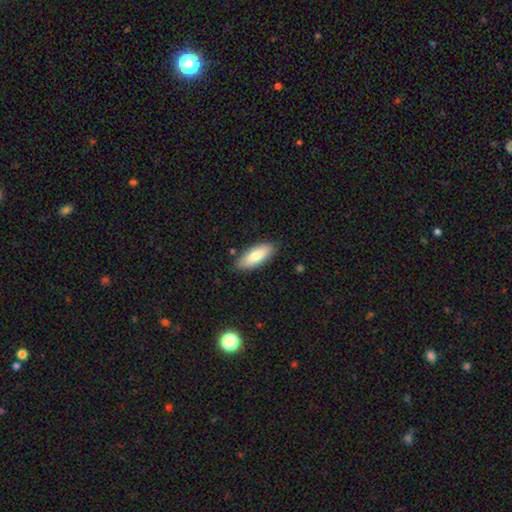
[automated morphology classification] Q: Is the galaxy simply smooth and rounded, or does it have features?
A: smooth — 78%.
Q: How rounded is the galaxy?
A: in between — 77%.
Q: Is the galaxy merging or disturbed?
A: none — 85%.